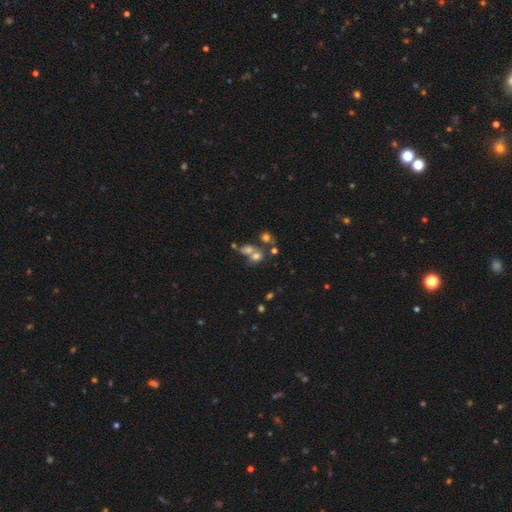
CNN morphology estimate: Overall: smooth (63%). How rounded: round (64%; in between 35%). Merging: merger (48%; none 35%).